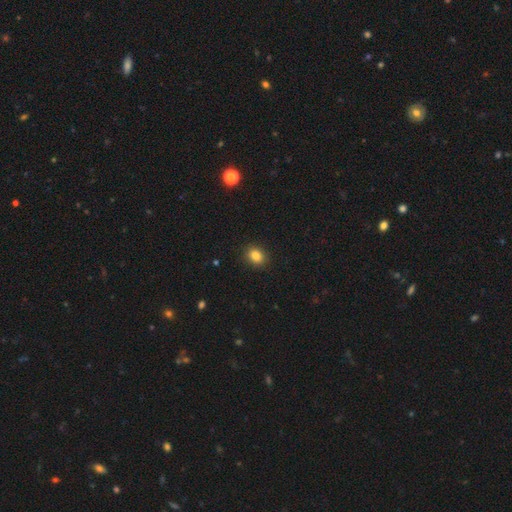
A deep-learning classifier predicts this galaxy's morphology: The model was most divided on "how rounded": in between: 52%, round: 47%, cigar-shaped: 1%. More confident: merging — none (89%); smooth or featured — smooth (85%).